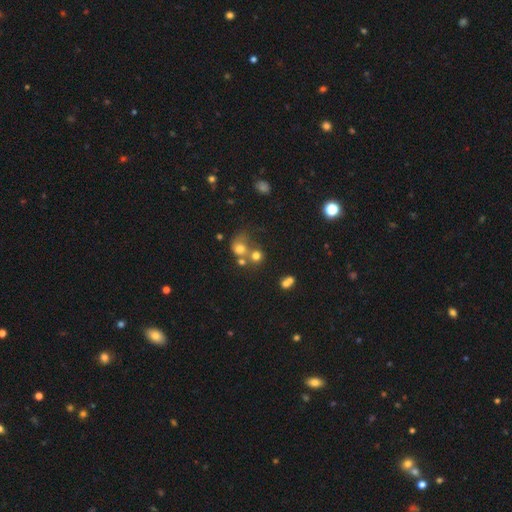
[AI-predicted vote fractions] smooth_or_featured: smooth (p=0.68) [alt: star or artifact p=0.17]
how_rounded: round (p=0.80) [alt: in between p=0.19]
merging: merger (p=0.47) [alt: none p=0.37]